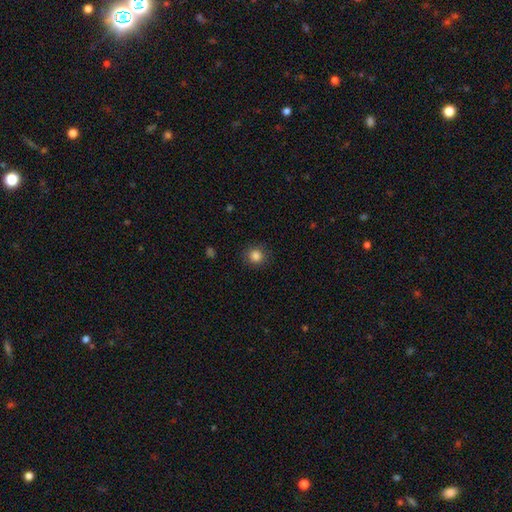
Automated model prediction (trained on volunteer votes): The model was most divided on "smooth or featured": smooth: 85%, star or artifact: 11%, featured or disk: 4%. More confident: how rounded — round (91%); merging — none (89%).